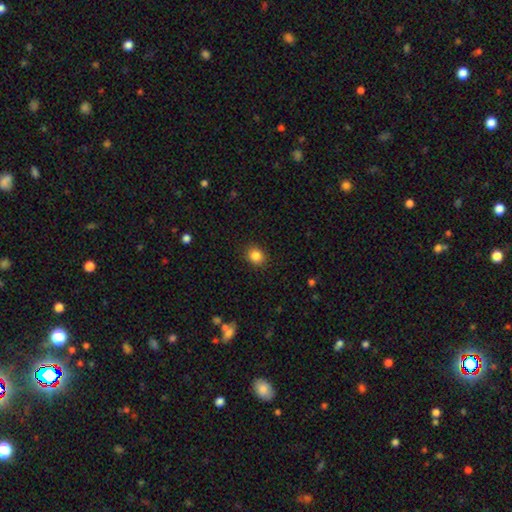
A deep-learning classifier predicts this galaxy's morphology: smooth 85%, star or artifact 10%, featured or disk 4%. Down the decision tree: how rounded — round (73%); merging — none (89%).